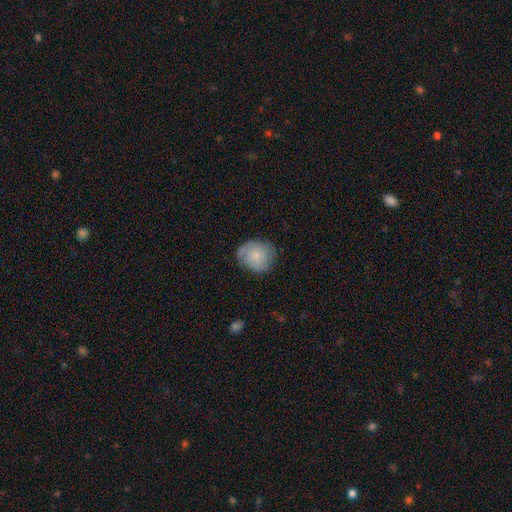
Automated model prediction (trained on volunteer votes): Smooth or featured?
  - smooth: 69% *
  - featured or disk: 24%
  - star or artifact: 7%
How rounded?
  - round: 74% *
  - in between: 25%
  - cigar-shaped: 1%
Merging?
  - none: 66% *
  - minor disturbance: 26%
  - major disturbance: 7%
  - merger: 2%